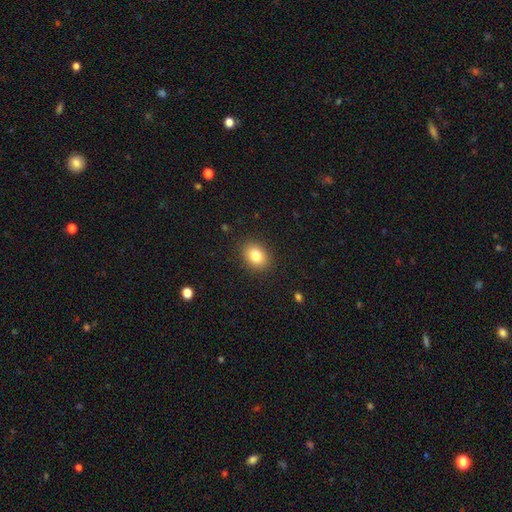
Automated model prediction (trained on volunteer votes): Q: Smooth or featured?
A: smooth (82%); runner-up: star or artifact (9%)
Q: How rounded?
A: in between (62%); runner-up: round (37%)
Q: Merging?
A: none (89%); runner-up: minor disturbance (8%)